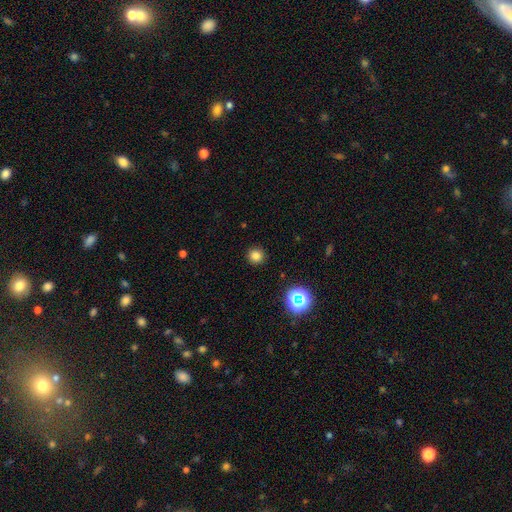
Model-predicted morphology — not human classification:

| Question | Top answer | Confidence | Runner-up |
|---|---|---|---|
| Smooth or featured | smooth | 79% | star or artifact (16%) |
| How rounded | round | 94% | in between (5%) |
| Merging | none | 92% | minor disturbance (5%) |